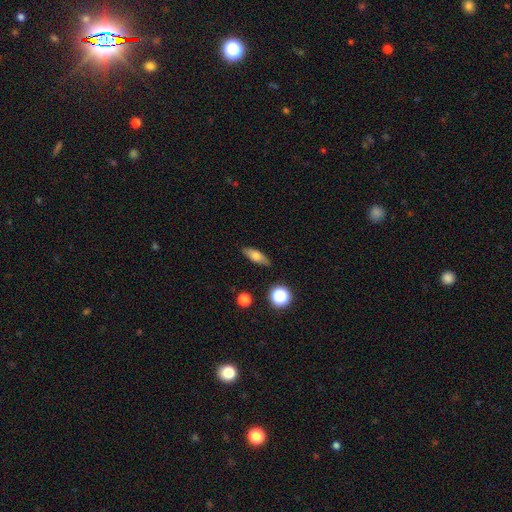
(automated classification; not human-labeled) A smooth galaxy with no disk features (67%) that is in between round and cigar-shaped (62%). Merging: none (84%).